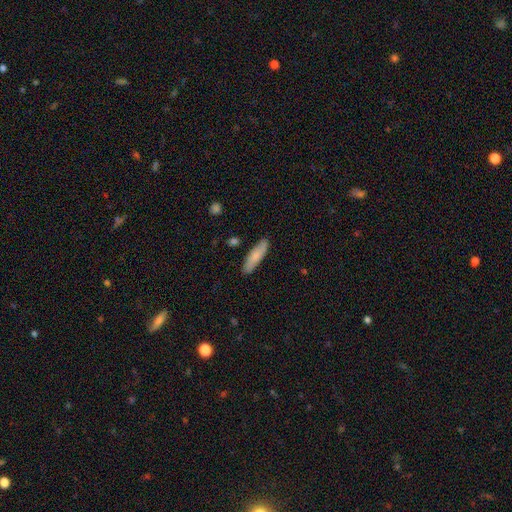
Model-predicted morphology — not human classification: Q: Smooth or featured?
A: smooth (78%); runner-up: featured or disk (17%)
Q: How rounded?
A: cigar-shaped (72%); runner-up: in between (26%)
Q: Merging?
A: none (87%); runner-up: minor disturbance (10%)